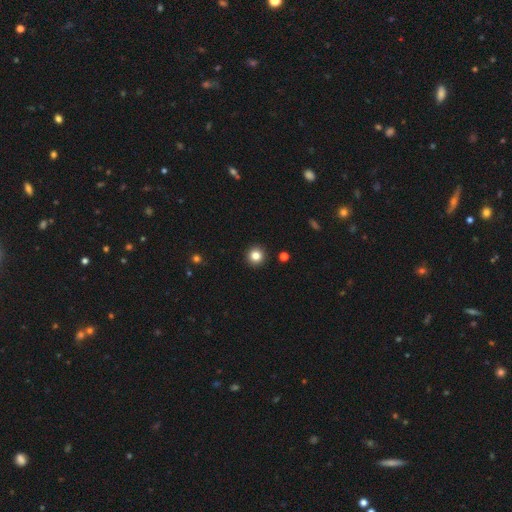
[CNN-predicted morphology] Smooth or featured: smooth — 82% (star or artifact — 12%)
How rounded: round — 95% (in between — 4%)
Merging: none — 93% (minor disturbance — 4%)